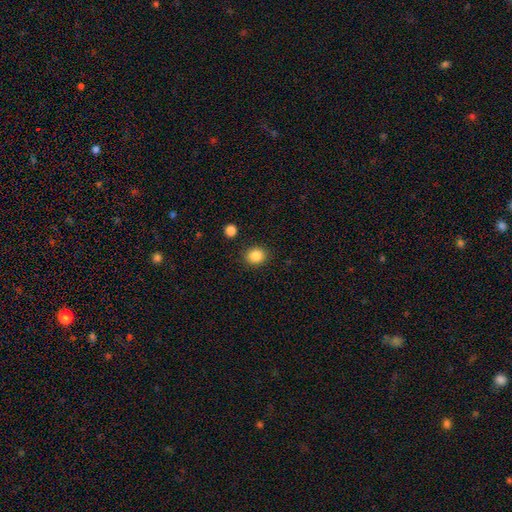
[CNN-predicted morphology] Smooth or featured: smooth — 87% (star or artifact — 9%)
How rounded: round — 73% (in between — 27%)
Merging: none — 88% (minor disturbance — 8%)